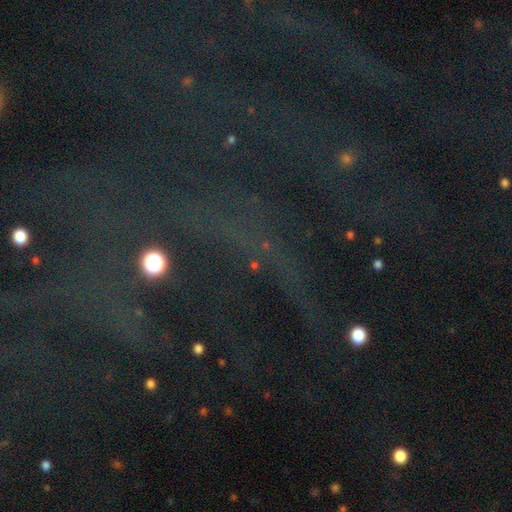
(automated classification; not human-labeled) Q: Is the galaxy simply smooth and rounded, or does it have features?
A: star or artifact — 82%.